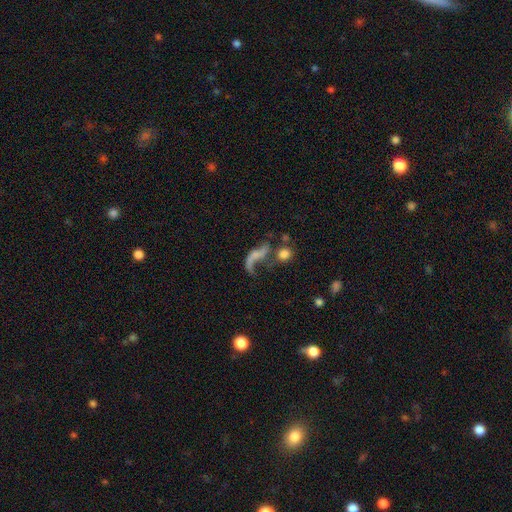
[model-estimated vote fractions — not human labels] smooth_or_featured: featured or disk (p=0.67) [alt: smooth p=0.22]
disk_edge_on: no (p=0.92) [alt: yes p=0.08]
bar: no (p=0.61) [alt: weak p=0.27]
has_spiral_arms: yes (p=0.76) [alt: no p=0.24]
bulge_size: none (p=0.47) [alt: small p=0.33]
merging: none (p=0.33) [alt: major disturbance p=0.30]